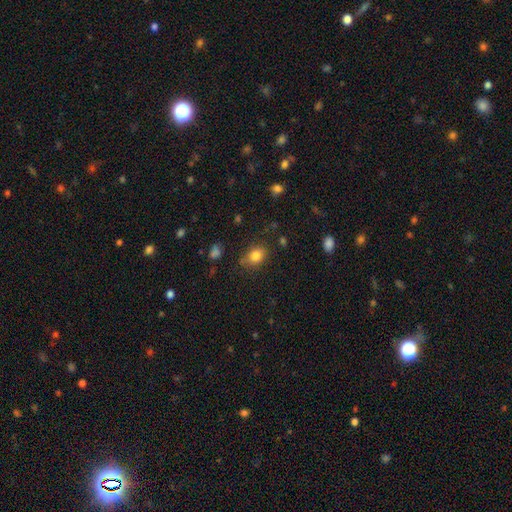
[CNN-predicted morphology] A smooth galaxy with no disk features (83%) that is in between round and cigar-shaped (59%). Merging: none (73%).